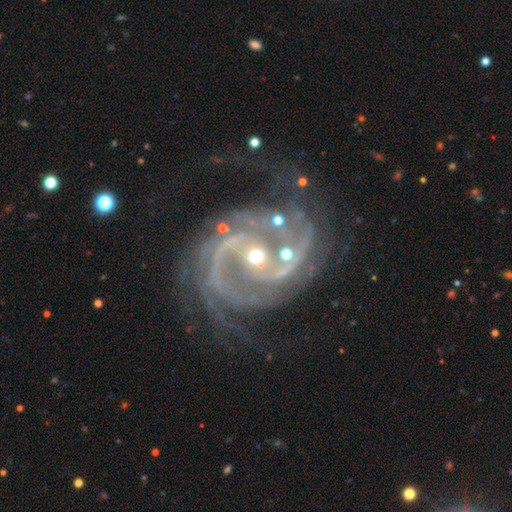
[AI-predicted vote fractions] A featured or disk galaxy (91%) with no bar (37%, tied with weak), 2 (64%) medium (47%) spiral arms (98%) and a small central bulge (55%).

Vote fractions:
- Smooth or featured? featured or disk: 91% / star or artifact: 6% / smooth: 3%
- Edge-on disk? no: 98% / yes: 2%
- Bar? no: 37% (tied) / weak: 37% (tied) / strong: 26%
- Spiral arms? yes: 98% / no: 2%
- Spiral winding? medium: 47% / tight: 43% / loose: 10%
- Spiral arm count? 2: 64% / 3: 13% / can't tell: 8% / 4: 5% / more than 4: 5% / 1: 5%
- Bulge size? small: 55% / moderate: 41% / large: 2% / none: 1% / dominant: 1%
- Merging? none: 60% / minor disturbance: 19% / major disturbance: 15% / merger: 7%